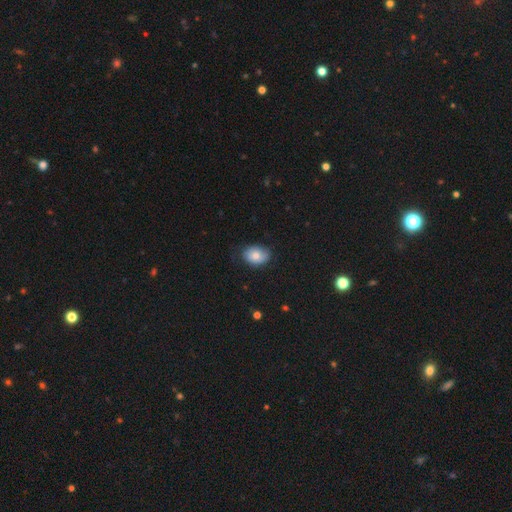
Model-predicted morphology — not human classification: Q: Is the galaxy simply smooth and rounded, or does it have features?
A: smooth — 73%.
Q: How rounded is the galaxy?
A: in between — 72%.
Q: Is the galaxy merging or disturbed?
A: none — 71%.